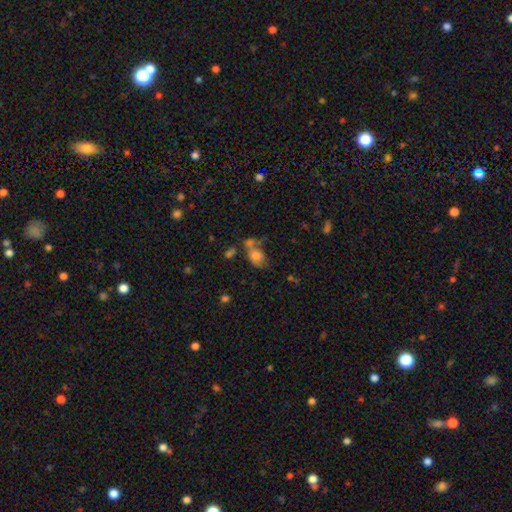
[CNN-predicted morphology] A smooth galaxy with no disk features (73%) that is in between round and cigar-shaped (78%). Merging: none (37%).